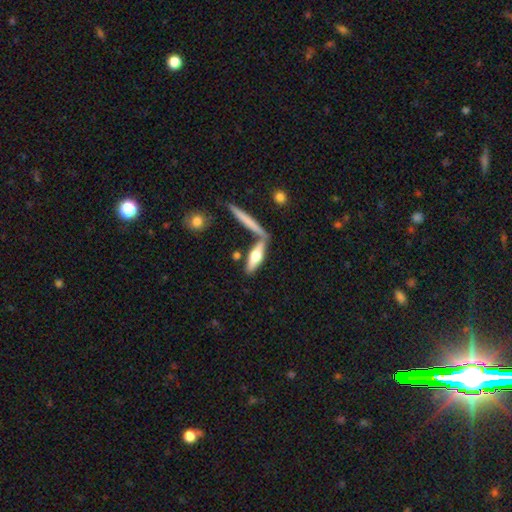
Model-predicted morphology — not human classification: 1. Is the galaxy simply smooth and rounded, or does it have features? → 53% smooth, 41% featured or disk, 6% star or artifact.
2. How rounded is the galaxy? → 64% cigar-shaped, 33% in between, 3% round.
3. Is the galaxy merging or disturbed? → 59% none, 23% merger, 13% minor disturbance, 5% major disturbance.